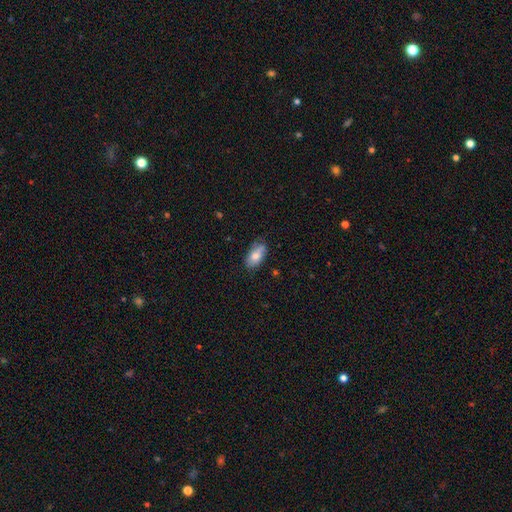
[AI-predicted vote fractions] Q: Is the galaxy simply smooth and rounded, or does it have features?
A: smooth — 73%.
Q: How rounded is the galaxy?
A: in between — 90%.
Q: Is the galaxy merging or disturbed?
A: none — 66%.